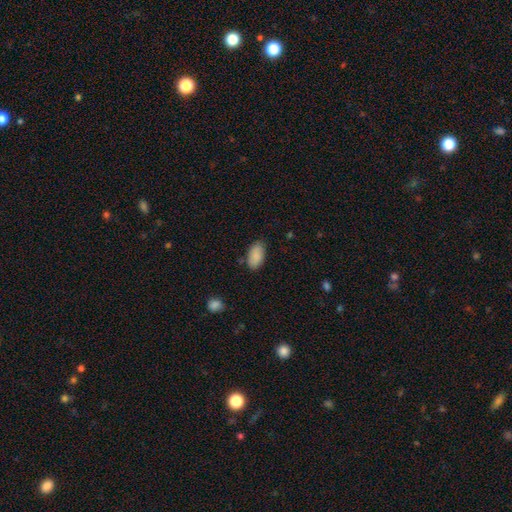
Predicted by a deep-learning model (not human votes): Q: Smooth or featured?
A: smooth (89%); runner-up: star or artifact (7%)
Q: How rounded?
A: in between (94%); runner-up: round (3%)
Q: Merging?
A: none (80%); runner-up: minor disturbance (15%)